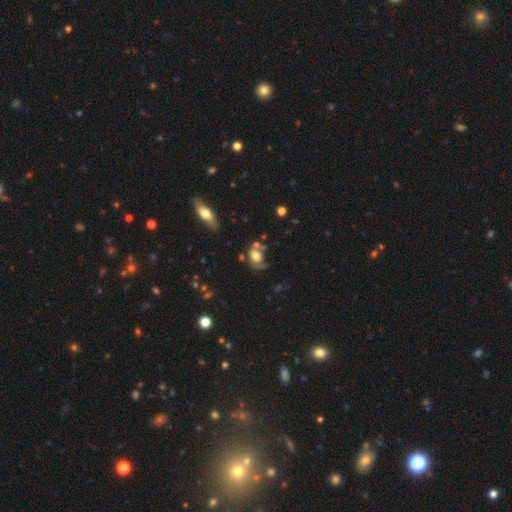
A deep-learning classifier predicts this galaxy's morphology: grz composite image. It shows a smooth galaxy with no disk features (64%) that is in between round and cigar-shaped (69%). Merging: none (33%).